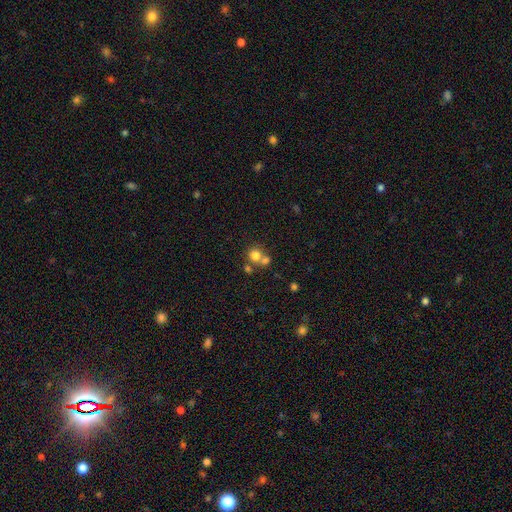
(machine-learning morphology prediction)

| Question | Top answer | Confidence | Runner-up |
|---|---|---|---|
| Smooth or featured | smooth | 75% | star or artifact (13%) |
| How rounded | round | 83% | in between (16%) |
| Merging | none | 45% | merger (44%) |